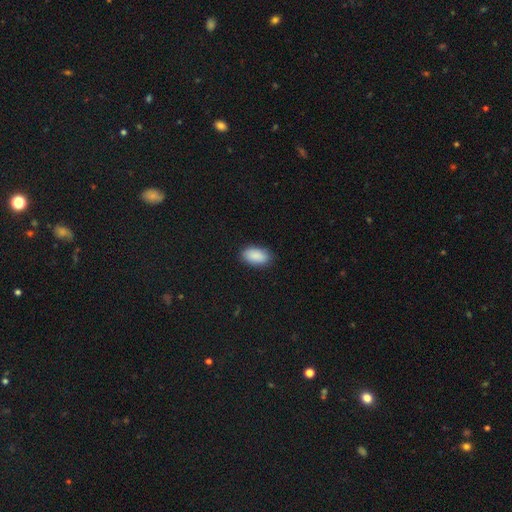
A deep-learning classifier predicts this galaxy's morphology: Smooth or featured? Predicted: smooth (p=0.90). How rounded? Predicted: in between (p=0.94). Merging? Predicted: none (p=0.87).